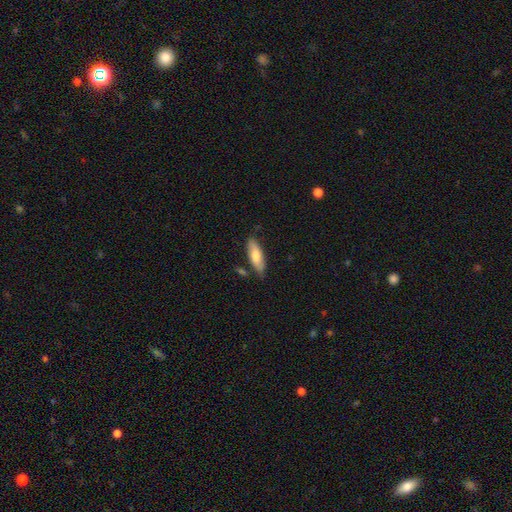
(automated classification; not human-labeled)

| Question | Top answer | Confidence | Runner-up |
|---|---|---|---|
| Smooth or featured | smooth | 73% | featured or disk (21%) |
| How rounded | in between | 67% | cigar-shaped (31%) |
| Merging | none | 76% | minor disturbance (17%) |